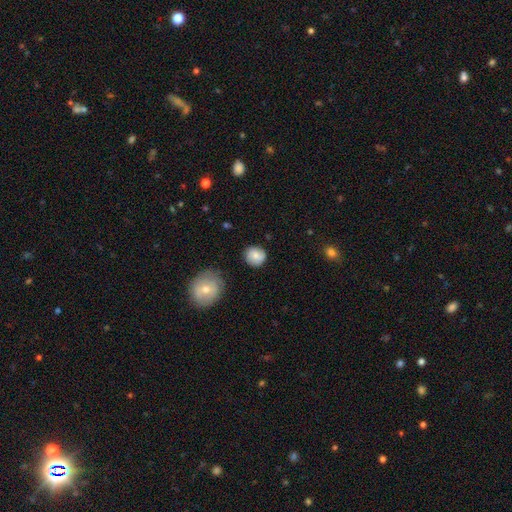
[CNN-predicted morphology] The model was most divided on "smooth or featured": smooth: 76%, featured or disk: 16%, star or artifact: 8%. More confident: how rounded — round (88%); merging — none (81%).